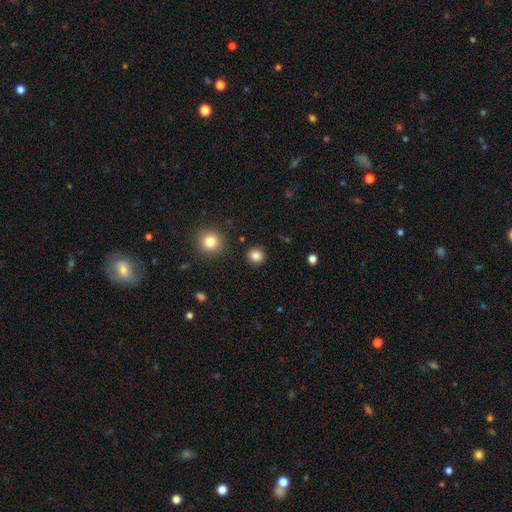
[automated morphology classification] type=smooth (84%); roundness=round (85%); merging=none (90%).